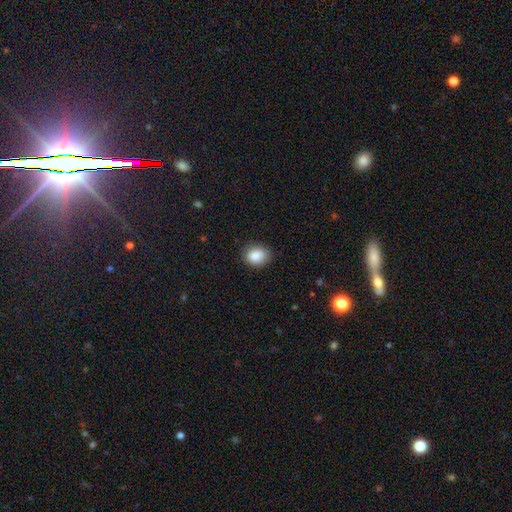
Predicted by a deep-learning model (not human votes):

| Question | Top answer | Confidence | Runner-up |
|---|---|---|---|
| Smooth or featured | smooth | 88% | star or artifact (8%) |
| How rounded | round | 51% | in between (48%) |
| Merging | none | 85% | minor disturbance (11%) |